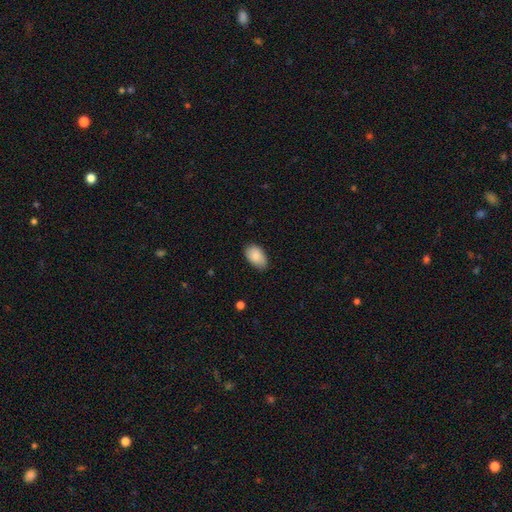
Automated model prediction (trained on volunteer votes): Smooth or featured?
  - smooth: 88% *
  - star or artifact: 6%
  - featured or disk: 6%
How rounded?
  - in between: 92% *
  - round: 7%
  - cigar-shaped: 1%
Merging?
  - none: 75% *
  - minor disturbance: 21%
  - major disturbance: 3%
  - merger: 1%